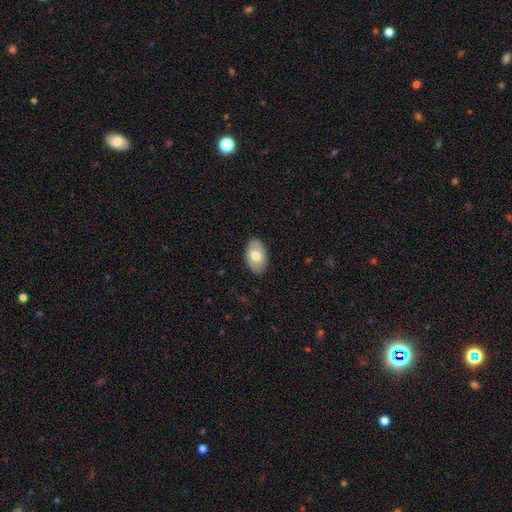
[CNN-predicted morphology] smooth_or_featured: smooth (p=0.65) [alt: featured or disk p=0.29]
how_rounded: in between (p=0.92) [alt: round p=0.06]
merging: none (p=0.85) [alt: minor disturbance p=0.12]